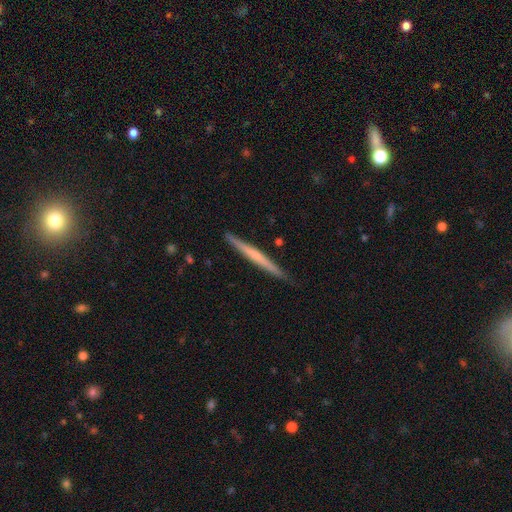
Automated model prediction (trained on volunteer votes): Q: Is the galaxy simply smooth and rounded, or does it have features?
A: featured or disk — 56%.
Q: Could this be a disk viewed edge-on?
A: yes — 98%.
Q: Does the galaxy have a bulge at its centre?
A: none — 62%.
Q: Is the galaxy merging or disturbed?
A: none — 89%.